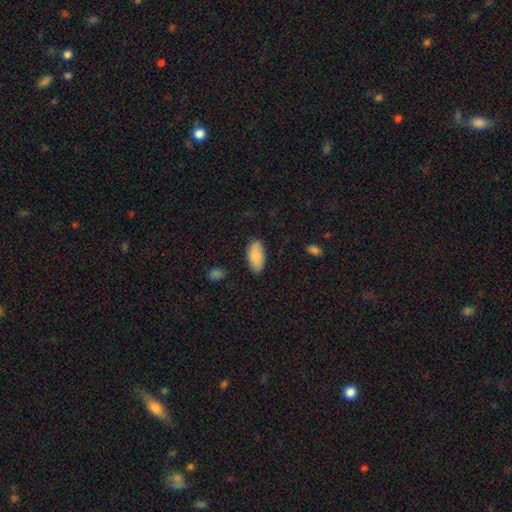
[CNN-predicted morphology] The model was most divided on "merging": none: 83%, minor disturbance: 13%, major disturbance: 3%, merger: 1%. More confident: how rounded — in between (93%); smooth or featured — smooth (87%).